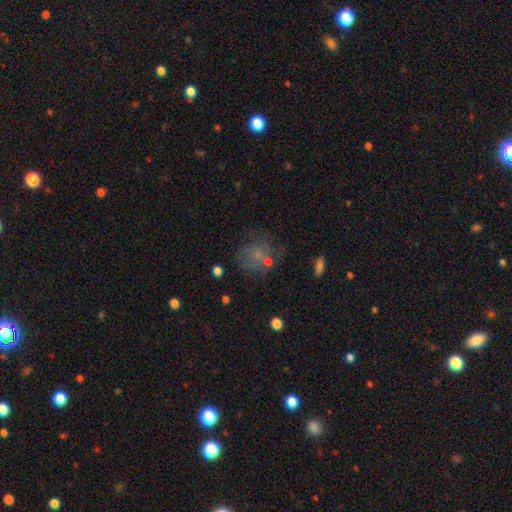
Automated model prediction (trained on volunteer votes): A smooth galaxy with no disk features (52%) that is round (69%). Merging: none (48%).